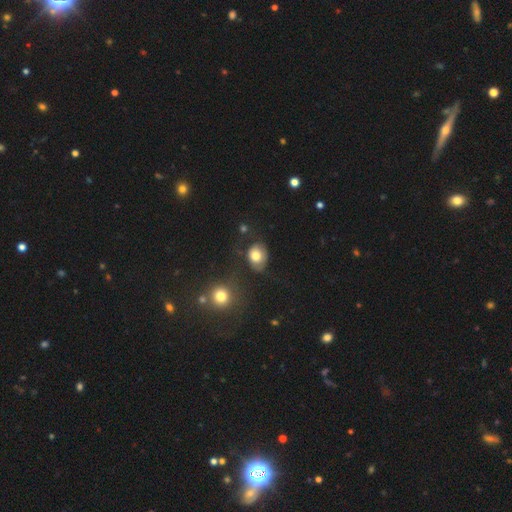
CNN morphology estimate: Smooth or featured? smooth (75%)
How rounded? in between (57%)
Merging? none (61%)